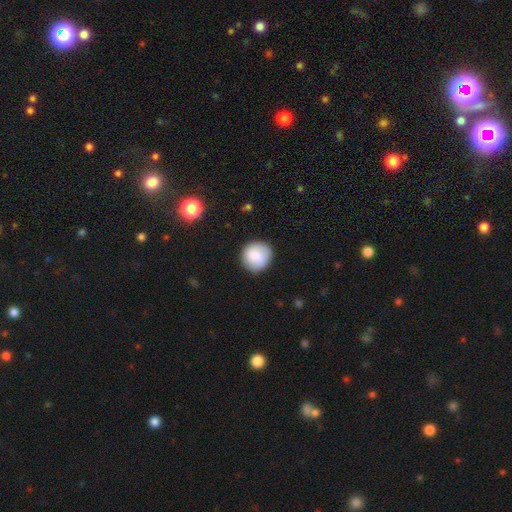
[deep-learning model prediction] smooth_or_featured: smooth (p=0.84) [alt: featured or disk p=0.09]
how_rounded: round (p=0.92) [alt: in between p=0.07]
merging: none (p=0.87) [alt: minor disturbance p=0.10]